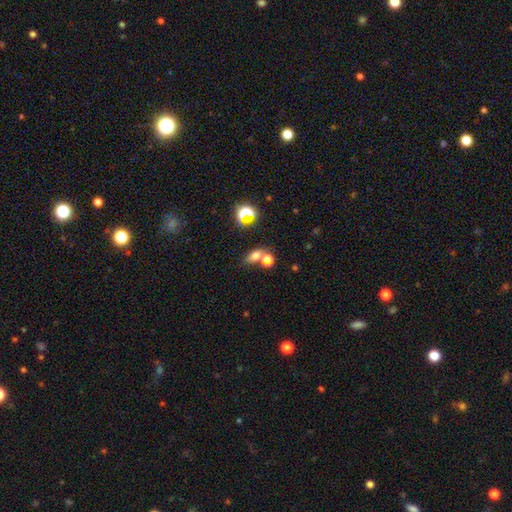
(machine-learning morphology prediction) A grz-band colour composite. It shows a smooth galaxy with no disk features (64%) that is in between round and cigar-shaped (70%). Merging: none (50%).